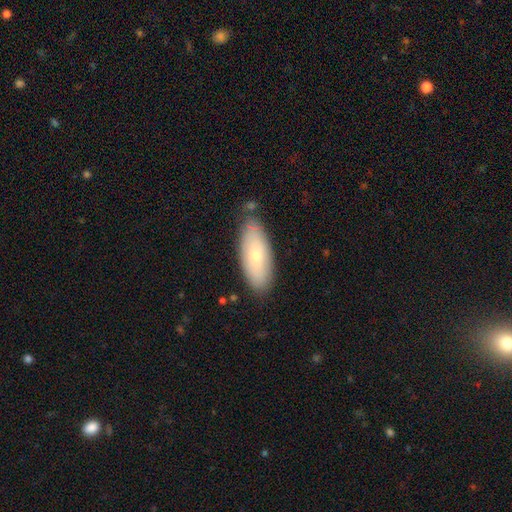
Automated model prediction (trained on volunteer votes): A smooth galaxy with no disk features (65%) that is in between round and cigar-shaped (78%).

Vote fractions:
- Smooth or featured? smooth: 65% / featured or disk: 28% / star or artifact: 6%
- How rounded? in between: 78% / cigar-shaped: 20% / round: 2%
- Merging? none: 77% / minor disturbance: 16% / merger: 4% / major disturbance: 3%